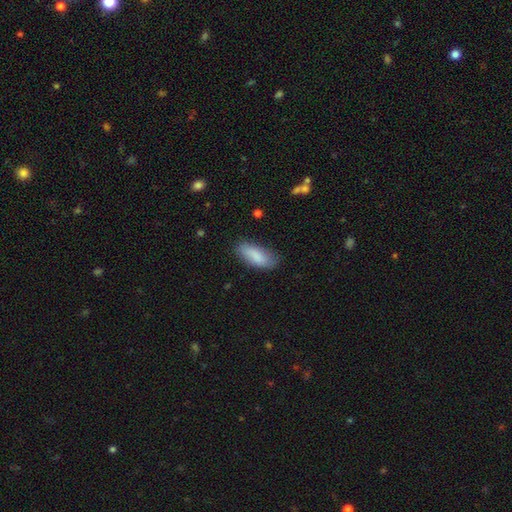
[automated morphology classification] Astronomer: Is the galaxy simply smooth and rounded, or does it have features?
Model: smooth — 85%.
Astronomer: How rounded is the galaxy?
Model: in between — 78%.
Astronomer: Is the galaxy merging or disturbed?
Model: none — 76%.